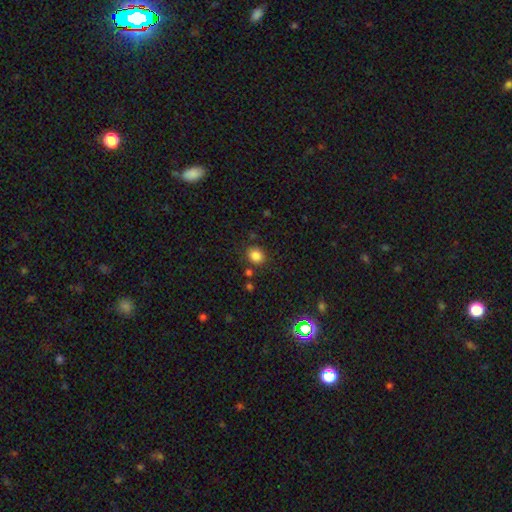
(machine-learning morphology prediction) smooth 83%, star or artifact 12%, featured or disk 5%. Down the decision tree: how rounded — round (71%); merging — none (83%).